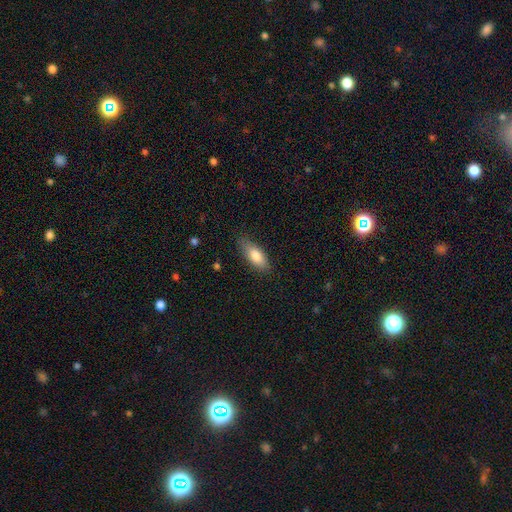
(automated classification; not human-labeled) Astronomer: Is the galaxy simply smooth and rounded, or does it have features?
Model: smooth — 81%.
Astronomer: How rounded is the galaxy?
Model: in between — 76%.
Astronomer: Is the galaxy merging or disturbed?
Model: none — 78%.